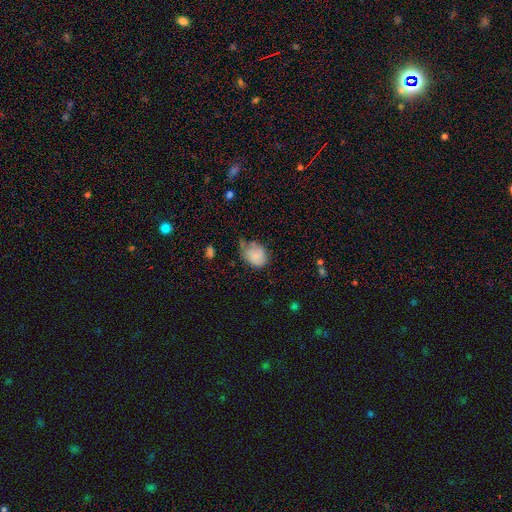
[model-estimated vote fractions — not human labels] smooth_or_featured: smooth (p=0.76) [alt: featured or disk p=0.16]
how_rounded: in between (p=0.57) [alt: round p=0.42]
merging: none (p=0.41) [alt: minor disturbance p=0.39]